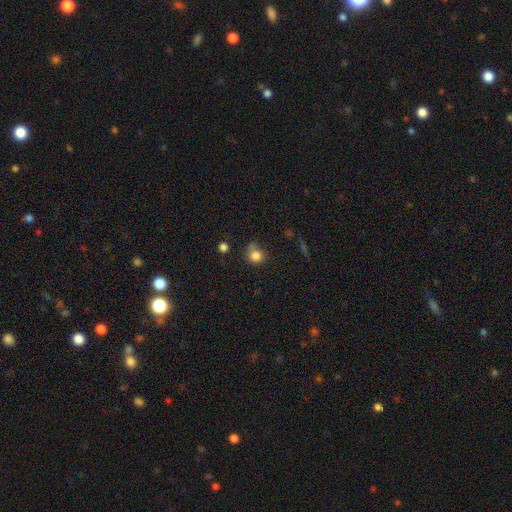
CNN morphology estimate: smooth-or-featured: smooth: 81% | star or artifact: 11% | featured or disk: 8%
  how-rounded: round: 81% | in between: 18% | cigar-shaped: 1%
  merging: none: 52% | minor disturbance: 27% | major disturbance: 12% | merger: 9%